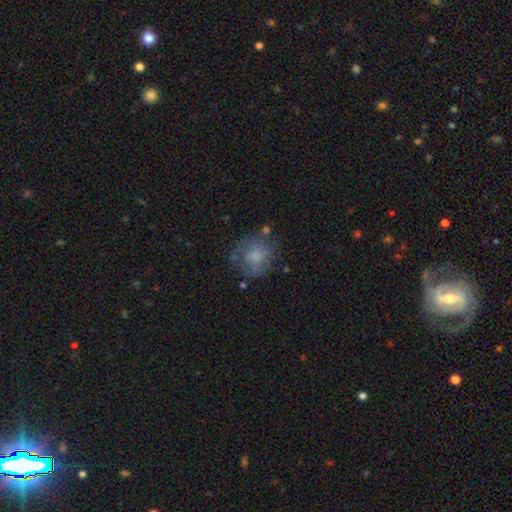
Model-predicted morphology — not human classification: smooth_or_featured: smooth (p=0.59) [alt: featured or disk p=0.31]
how_rounded: round (p=0.78) [alt: in between p=0.20]
merging: none (p=0.59) [alt: minor disturbance p=0.22]